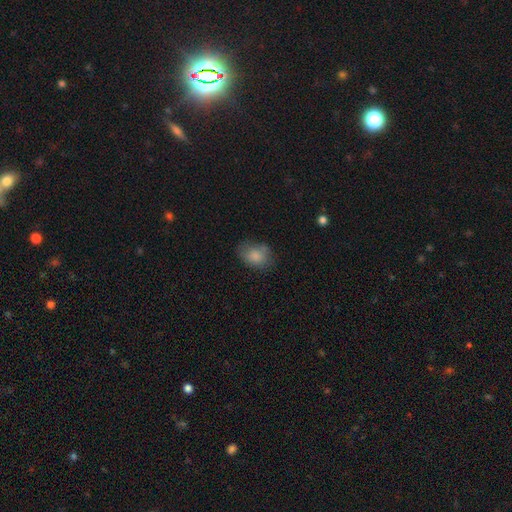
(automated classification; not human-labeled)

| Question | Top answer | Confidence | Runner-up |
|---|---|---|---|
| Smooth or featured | smooth | 81% | featured or disk (11%) |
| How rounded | in between | 72% | round (27%) |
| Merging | none | 62% | minor disturbance (26%) |